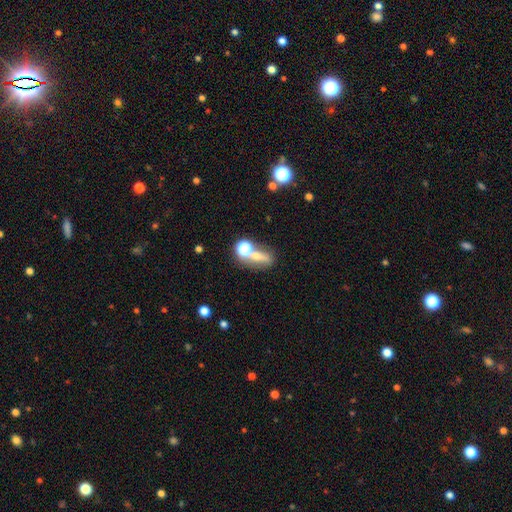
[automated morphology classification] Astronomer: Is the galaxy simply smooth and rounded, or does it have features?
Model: smooth — 55%.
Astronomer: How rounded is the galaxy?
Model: in between — 52% (runner-up: round, 35%).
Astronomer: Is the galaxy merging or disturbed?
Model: none — 40% (runner-up: merger, 35%).